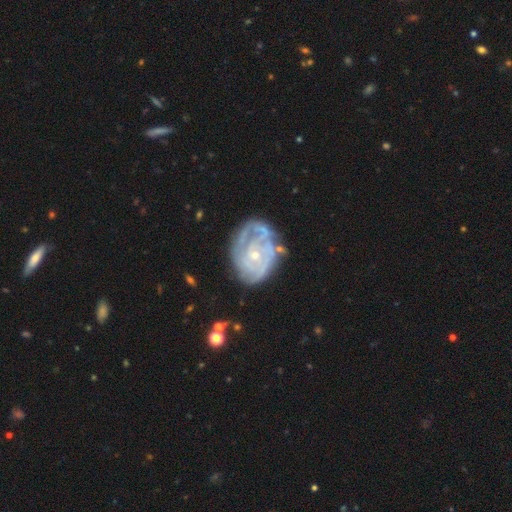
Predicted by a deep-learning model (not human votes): This is clearly a featured or disk galaxy (81%). It is clearly not viewed edge-on (97%). Bar: likely no (77%). Spiral arm pattern: clearly yes (83%). Spiral arm count: marginally can't tell (45%). Spiral winding: likely tight (67%). Central bulge: likely small (71%). Merging: possibly none (57%).